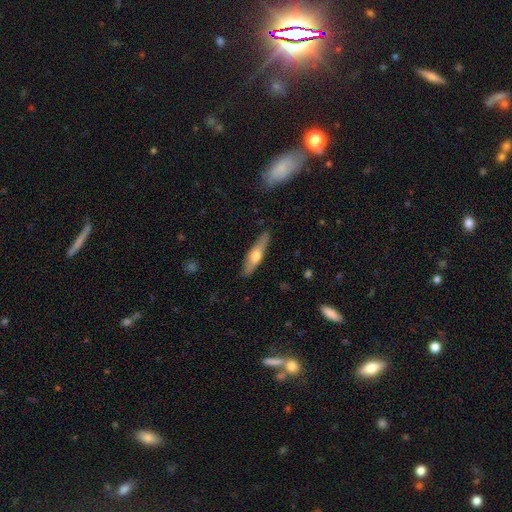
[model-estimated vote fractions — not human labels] Smooth or featured? Predicted: smooth (p=0.50). Merging? Predicted: none (p=0.86).